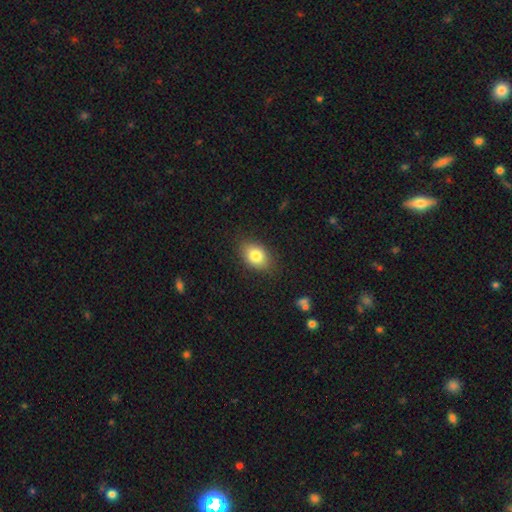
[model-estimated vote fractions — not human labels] smooth_or_featured: smooth (p=0.82) [alt: featured or disk p=0.10]
how_rounded: in between (p=0.78) [alt: round p=0.21]
merging: none (p=0.82) [alt: minor disturbance p=0.14]